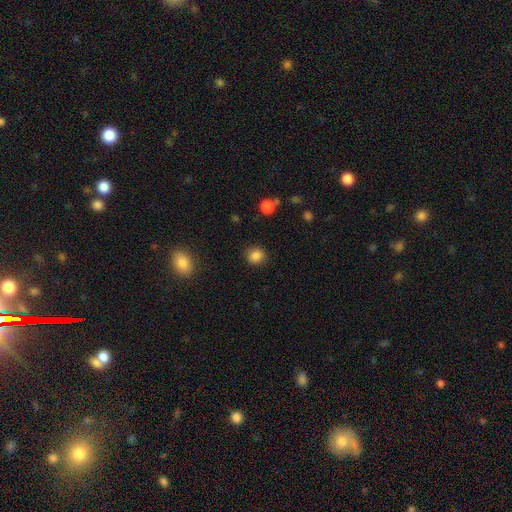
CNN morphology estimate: smooth_or_featured: smooth (p=0.85) [alt: star or artifact p=0.11]
how_rounded: round (p=0.84) [alt: in between p=0.15]
merging: none (p=0.87) [alt: minor disturbance p=0.08]